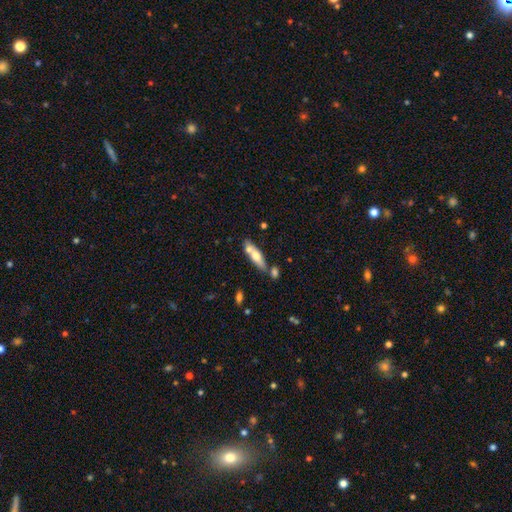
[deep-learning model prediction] The model was most divided on "smooth or featured": smooth: 55%, featured or disk: 39%, star or artifact: 6%. More confident: how rounded — cigar-shaped (61%); merging — none (58%).